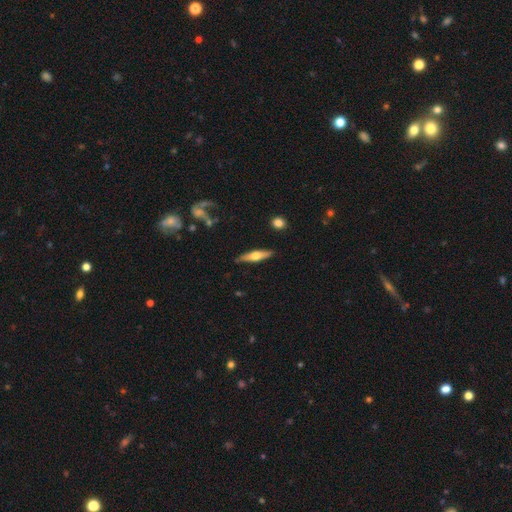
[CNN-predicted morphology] The model was most divided on "smooth or featured": featured or disk: 50%, smooth: 44%, star or artifact: 6%. More confident: edge-on disk — yes (91%); merging — none (86%).